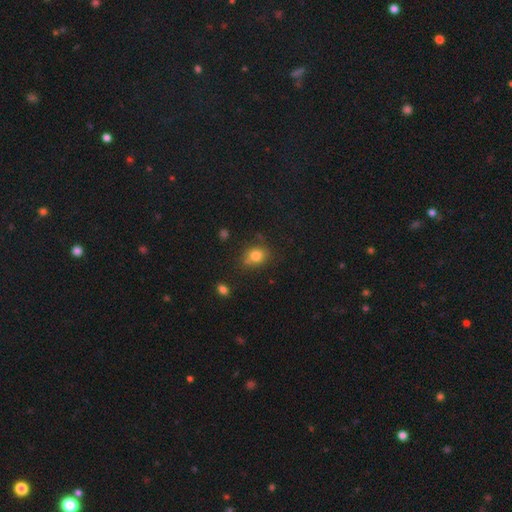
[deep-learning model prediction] Smooth or featured?
  - smooth: 80% *
  - star or artifact: 12%
  - featured or disk: 8%
How rounded?
  - in between: 50% *
  - round: 48%
  - cigar-shaped: 1%
Merging?
  - none: 69% *
  - minor disturbance: 20%
  - merger: 7%
  - major disturbance: 5%